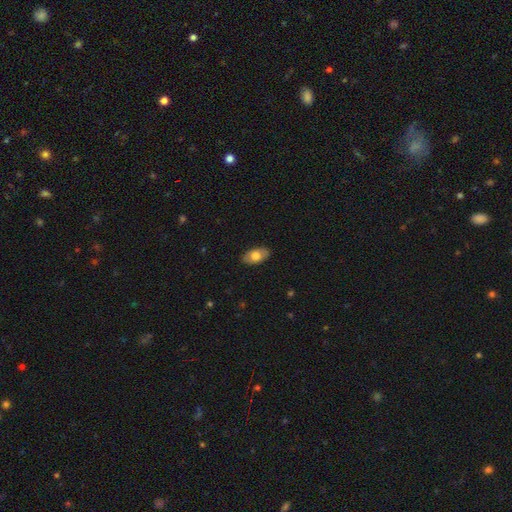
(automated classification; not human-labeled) Q: Smooth or featured?
A: smooth (72%); runner-up: featured or disk (22%)
Q: How rounded?
A: in between (93%); runner-up: round (5%)
Q: Merging?
A: none (85%); runner-up: minor disturbance (11%)